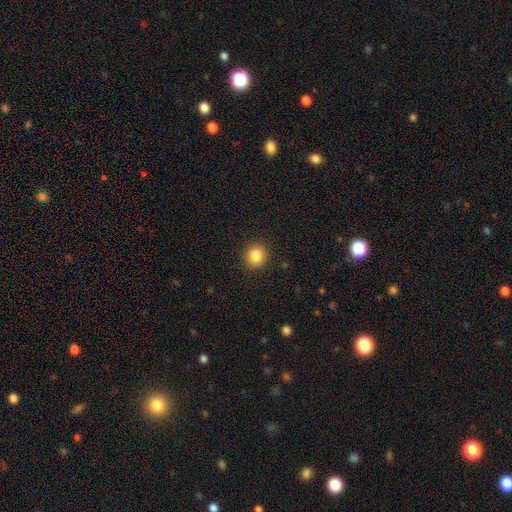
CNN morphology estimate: Overall: smooth (85%). How rounded: round (85%). Merging: none (91%).